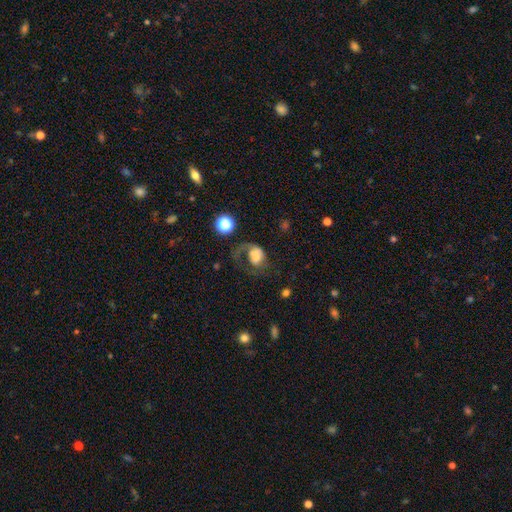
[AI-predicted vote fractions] Smooth or featured: smooth — 46% (featured or disk — 43%)
Merging: major disturbance — 55% (none — 21%)